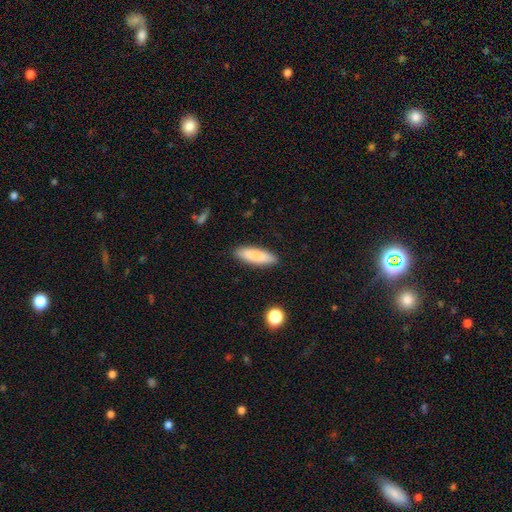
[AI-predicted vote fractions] smooth 86%, featured or disk 8%, star or artifact 6%. Down the decision tree: how rounded — cigar-shaped (65%); merging — none (89%).